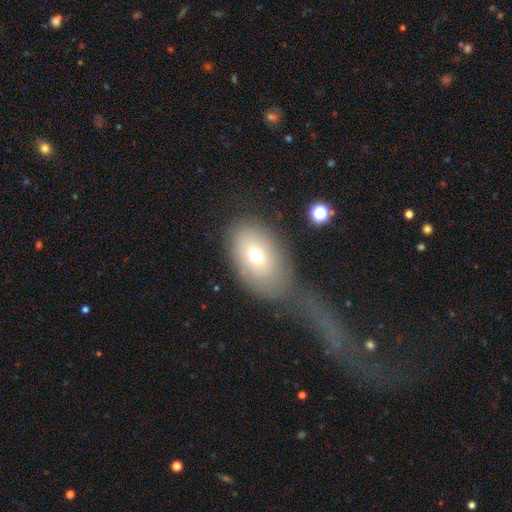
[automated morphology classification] smooth_or_featured: smooth (p=0.67) [alt: featured or disk p=0.21]
how_rounded: in between (p=0.79) [alt: round p=0.20]
merging: none (p=0.56) [alt: minor disturbance p=0.19]